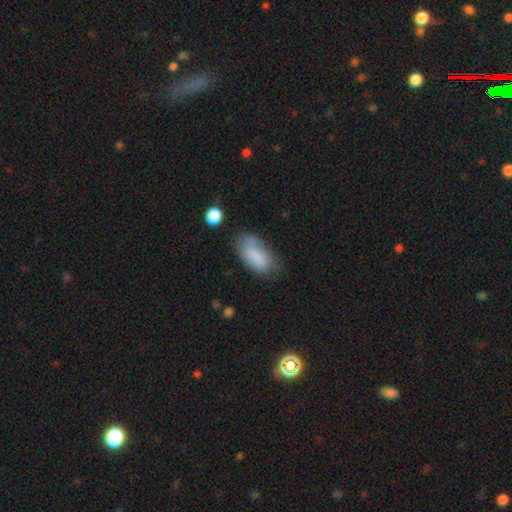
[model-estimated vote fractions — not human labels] A smooth galaxy with no disk features (80%) that is in between round and cigar-shaped (92%). Merging: none (54%).